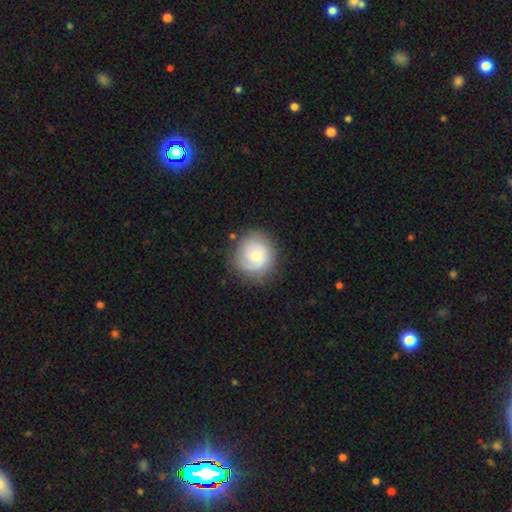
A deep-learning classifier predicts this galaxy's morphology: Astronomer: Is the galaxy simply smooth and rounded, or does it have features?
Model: featured or disk — 50% (runner-up: smooth, 43%).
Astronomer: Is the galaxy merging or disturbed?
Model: none — 78%.